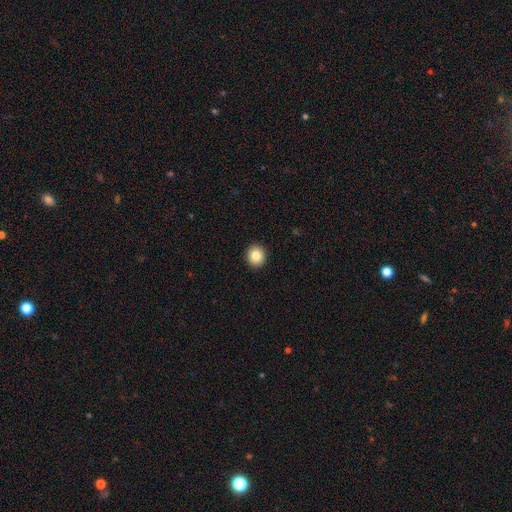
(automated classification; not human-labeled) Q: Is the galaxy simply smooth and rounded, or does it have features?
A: smooth — 84%.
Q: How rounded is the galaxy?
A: round — 86%.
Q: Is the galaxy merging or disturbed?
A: none — 93%.